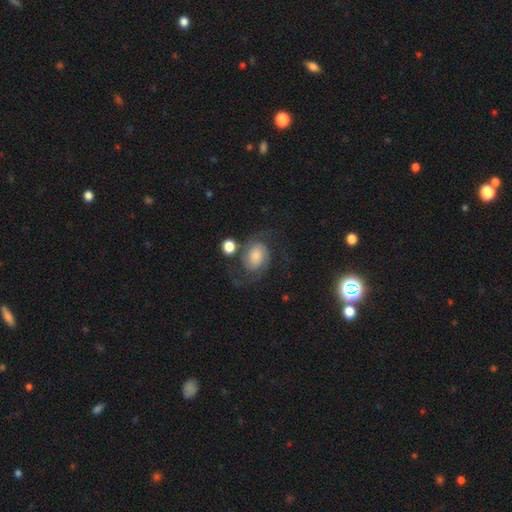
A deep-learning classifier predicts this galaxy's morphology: The model was most divided on "bulge size" (2-way tie): moderate: 27%, large: 27%, small: 24%, none: 13%, dominant: 8%. Remaining: edge-on disk — no (98%); spiral arms — yes (95%); spiral arm count — 2 (84%); smooth or featured — featured or disk (72%); bar — no (62%); merging — none (58%); spiral winding — medium (49%).